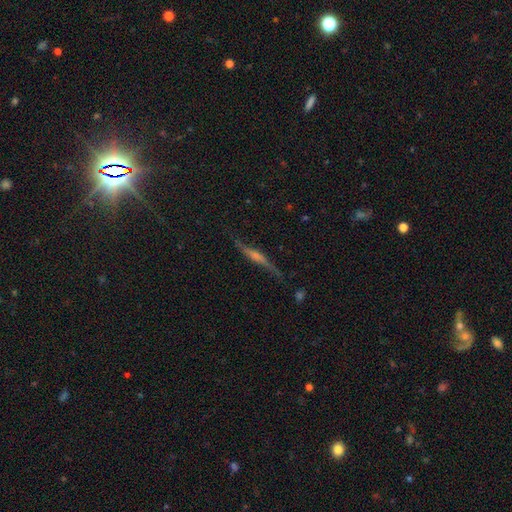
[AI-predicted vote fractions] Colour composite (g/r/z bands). It shows a featured or disk galaxy (75%) viewed edge-on (91%) with a rounded central bulge (66%). Merging: none (77%).